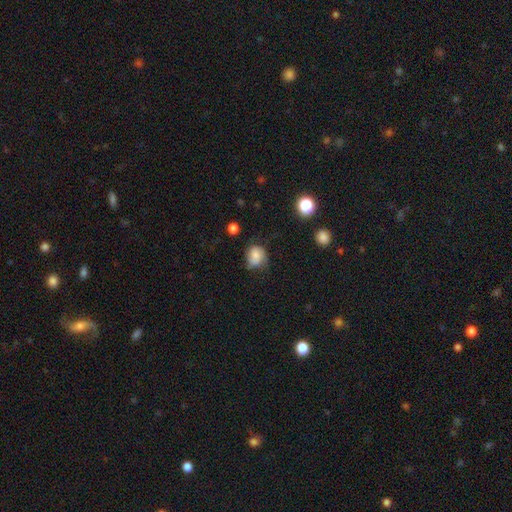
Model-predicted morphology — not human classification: A smooth galaxy with no disk features (70%) that is round (65%).

Vote fractions:
- Smooth or featured? smooth: 70% / featured or disk: 19% / star or artifact: 10%
- How rounded? round: 65% / in between: 34% / cigar-shaped: 1%
- Merging? none: 52% / minor disturbance: 34% / major disturbance: 12% / merger: 3%